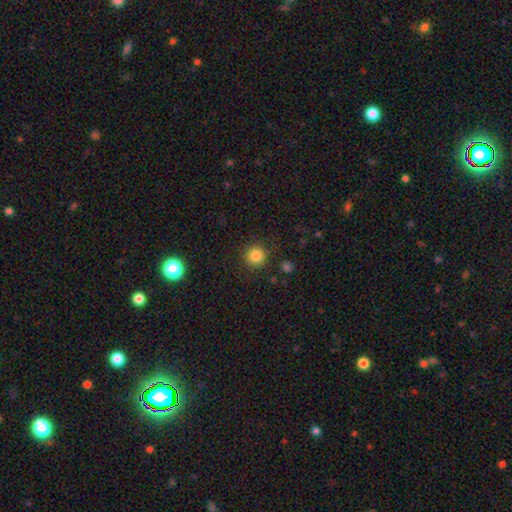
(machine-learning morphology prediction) Overall: smooth (84%). How rounded: round (94%). Merging: none (88%).